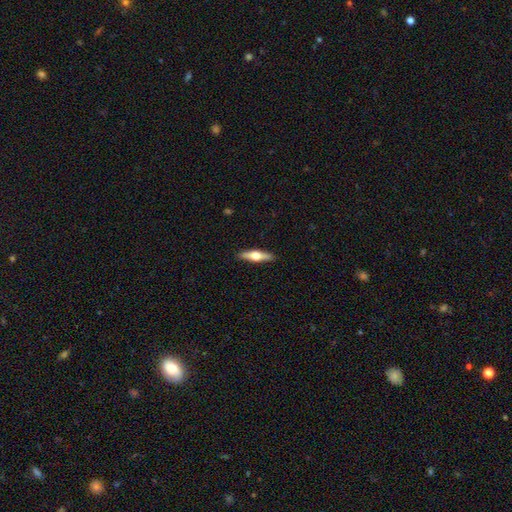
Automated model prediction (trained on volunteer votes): smooth-or-featured: featured or disk: 57% | smooth: 37% | star or artifact: 5%
  disk-edge-on: yes: 95% | no: 5%
    edge-on-bulge: rounded: 95% | boxy: 3% | none: 2%
  merging: none: 91% | minor disturbance: 7% | major disturbance: 2% | merger: 1%